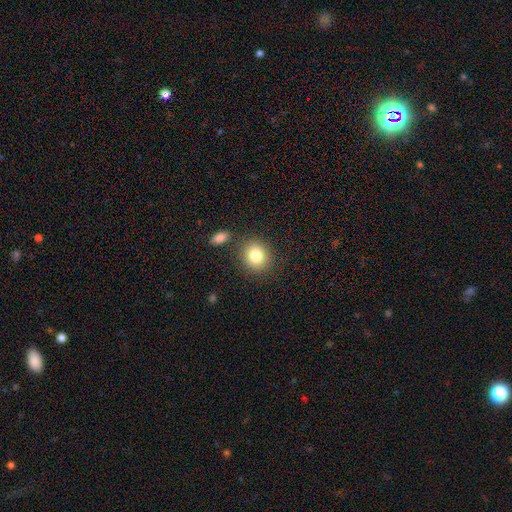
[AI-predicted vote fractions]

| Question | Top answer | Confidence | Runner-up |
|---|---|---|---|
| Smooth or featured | smooth | 80% | star or artifact (10%) |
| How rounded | round | 76% | in between (23%) |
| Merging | none | 82% | minor disturbance (9%) |